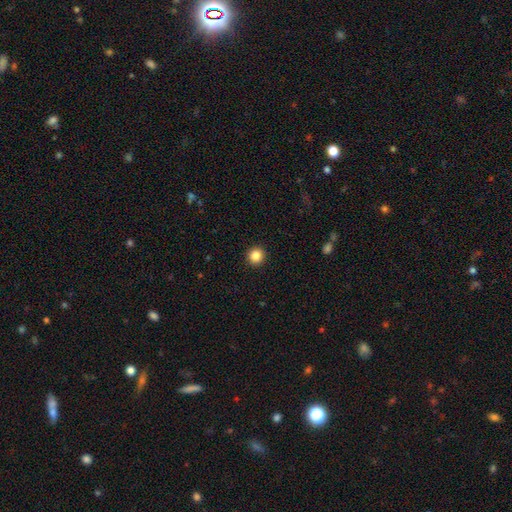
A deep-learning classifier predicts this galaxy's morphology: type=smooth (86%); roundness=round (94%); merging=none (93%).